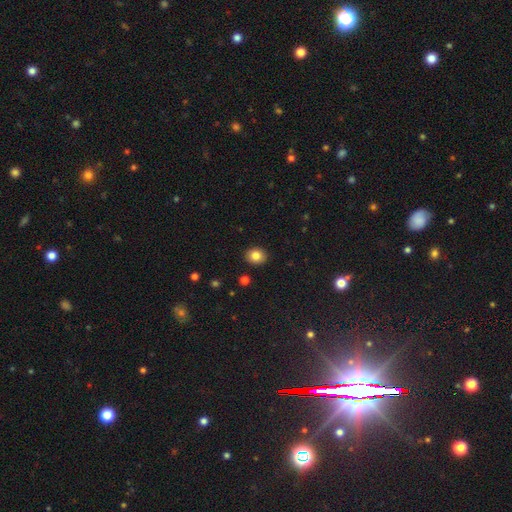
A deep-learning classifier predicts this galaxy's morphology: Smooth or featured?
  - smooth: 83% *
  - star or artifact: 10%
  - featured or disk: 7%
How rounded?
  - round: 67% *
  - in between: 32%
  - cigar-shaped: 1%
Merging?
  - none: 91% *
  - minor disturbance: 6%
  - major disturbance: 2%
  - merger: 1%